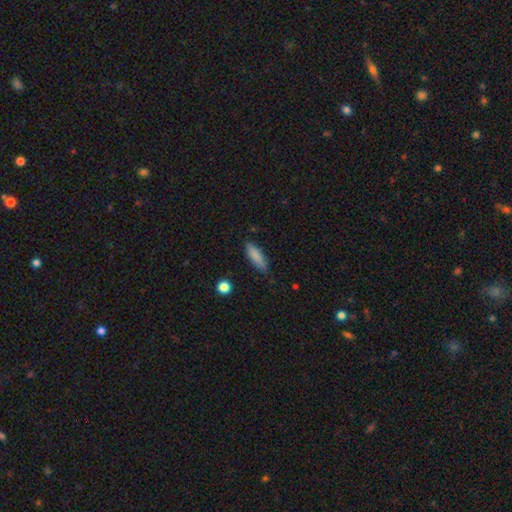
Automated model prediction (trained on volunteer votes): Smooth or featured?
  - smooth: 86% *
  - featured or disk: 7%
  - star or artifact: 7%
How rounded?
  - cigar-shaped: 52% *
  - in between: 46%
  - round: 2%
Merging?
  - none: 78% *
  - minor disturbance: 18%
  - major disturbance: 3%
  - merger: 2%